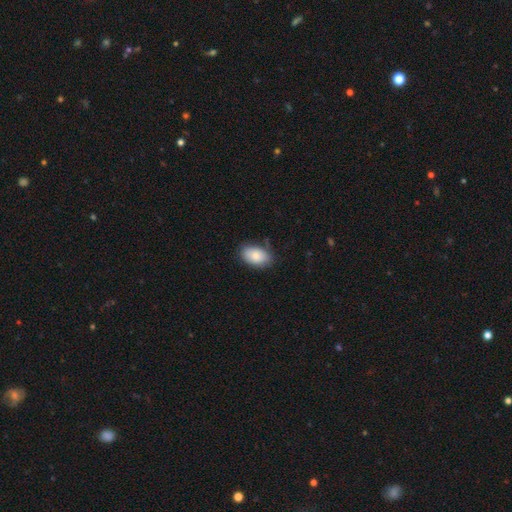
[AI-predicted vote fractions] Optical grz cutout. It shows a smooth galaxy with no disk features (83%) that is in between round and cigar-shaped (91%). Merging: none (77%).